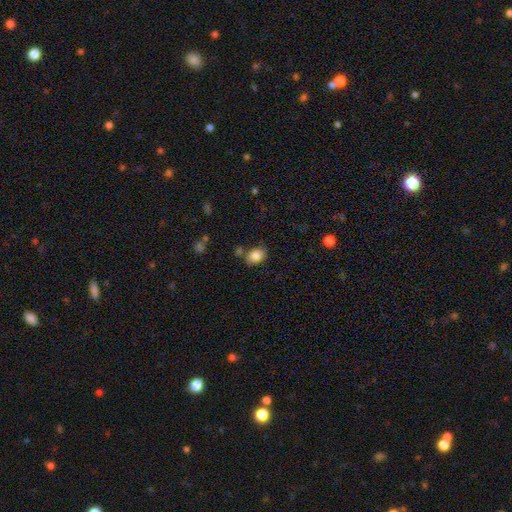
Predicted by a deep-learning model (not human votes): smooth_or_featured: smooth (p=0.84) [alt: star or artifact p=0.09]
how_rounded: in between (p=0.70) [alt: round p=0.29]
merging: none (p=0.74) [alt: minor disturbance p=0.15]